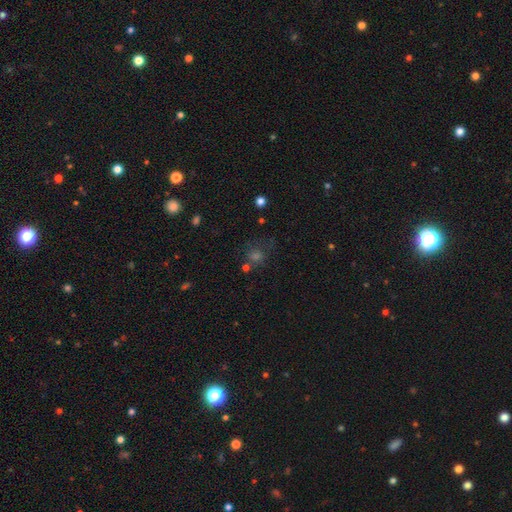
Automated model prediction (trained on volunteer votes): smooth 48%, star or artifact 37%, featured or disk 15%. Down the decision tree: merging — none (63%).